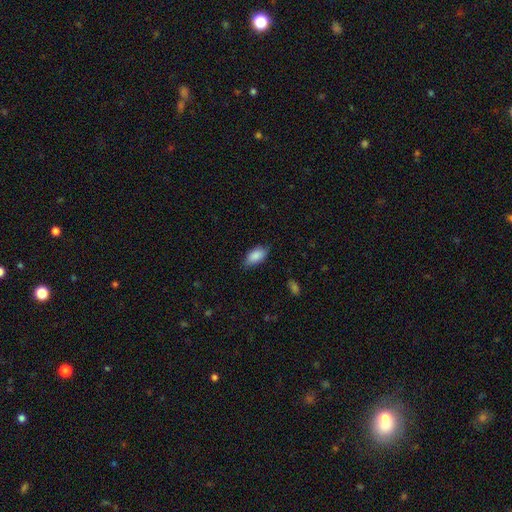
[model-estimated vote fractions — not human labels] This appears to be a smooth galaxy with no disk features (87%) that is in between round and cigar-shaped (92%). Merging: none (78%).